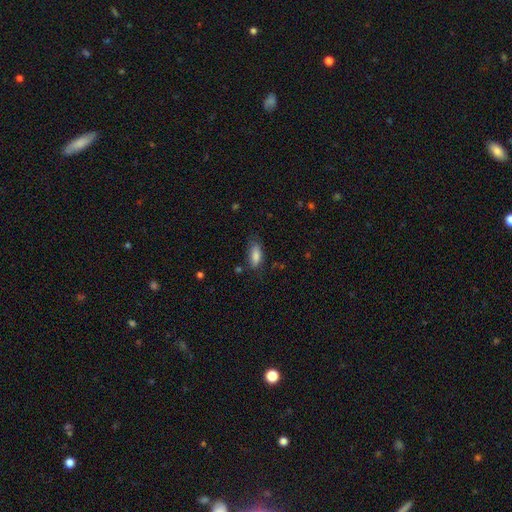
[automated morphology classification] Smooth or featured? Predicted: smooth (p=0.83). How rounded? Predicted: in between (p=0.78). Merging? Predicted: none (p=0.69).